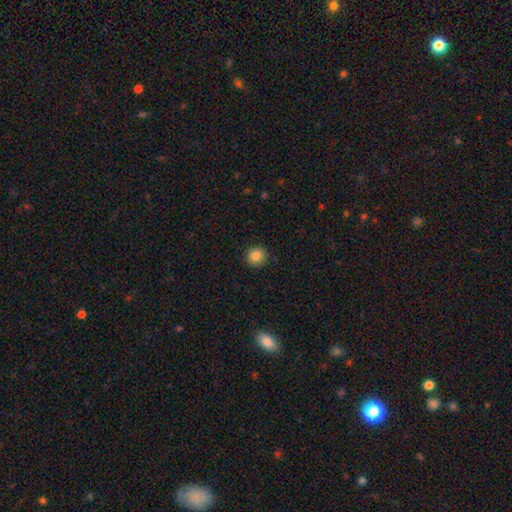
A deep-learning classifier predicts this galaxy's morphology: A smooth galaxy with no disk features (85%) that is round (92%).

Vote fractions:
- Smooth or featured? smooth: 85% / star or artifact: 10% / featured or disk: 5%
- How rounded? round: 92% / in between: 7% / cigar-shaped: 1%
- Merging? none: 91% / minor disturbance: 7% / major disturbance: 2% / merger: 1%